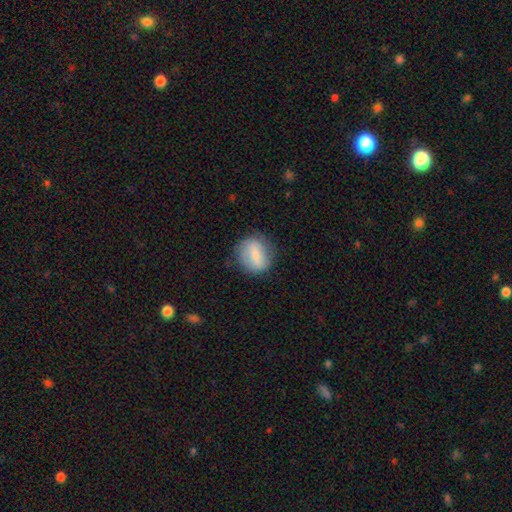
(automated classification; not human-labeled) This appears to be a smooth galaxy with no disk features (67%) that is round (62%). Merging: none (72%).